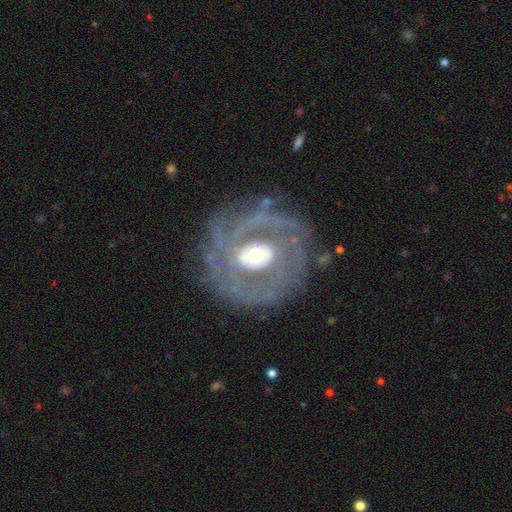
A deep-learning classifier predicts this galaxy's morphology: type=featured or disk (82%); edge-on=no (97%); bar=no (65%); spiral arms=yes (77%); winding=tight (53%); arm count=2 (41%); bulge=moderate (61%); merging=none (68%).